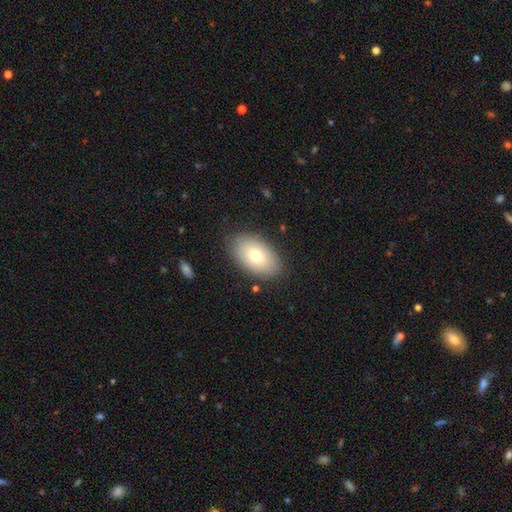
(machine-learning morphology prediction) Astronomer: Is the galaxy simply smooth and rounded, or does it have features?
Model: smooth — 74%.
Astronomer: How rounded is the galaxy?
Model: in between — 93%.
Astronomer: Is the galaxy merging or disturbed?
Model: none — 85%.